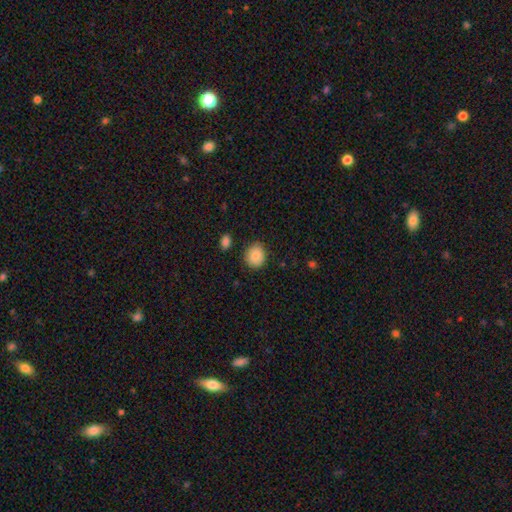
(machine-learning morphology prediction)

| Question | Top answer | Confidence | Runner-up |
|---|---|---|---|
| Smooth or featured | smooth | 86% | star or artifact (8%) |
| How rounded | round | 72% | in between (27%) |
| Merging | none | 82% | minor disturbance (13%) |